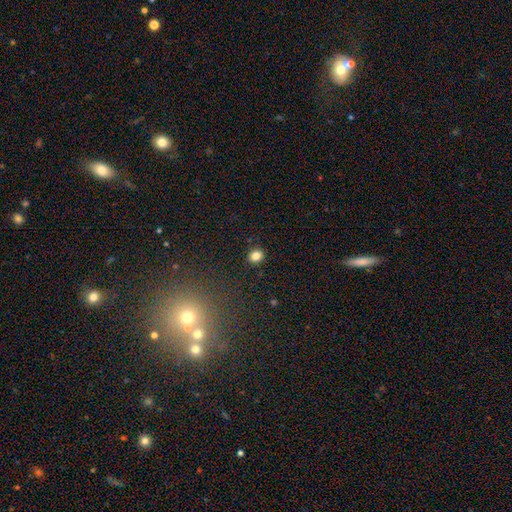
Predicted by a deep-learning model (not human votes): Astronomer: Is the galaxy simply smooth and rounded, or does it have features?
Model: smooth — 82%.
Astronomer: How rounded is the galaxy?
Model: round — 66%.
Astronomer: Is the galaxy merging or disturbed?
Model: none — 89%.